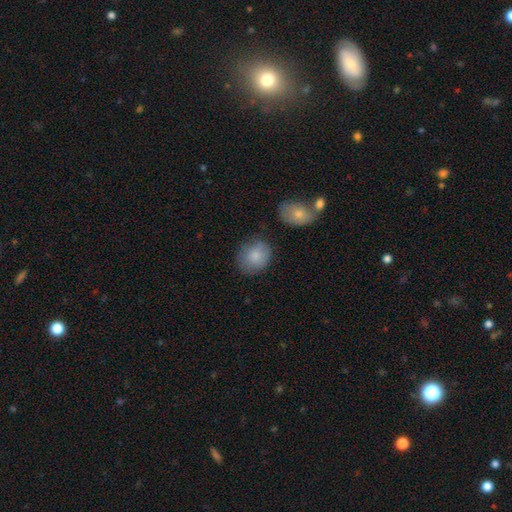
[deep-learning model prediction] Q: Smooth or featured?
A: smooth (84%); runner-up: featured or disk (10%)
Q: How rounded?
A: round (67%); runner-up: in between (32%)
Q: Merging?
A: none (70%); runner-up: minor disturbance (20%)